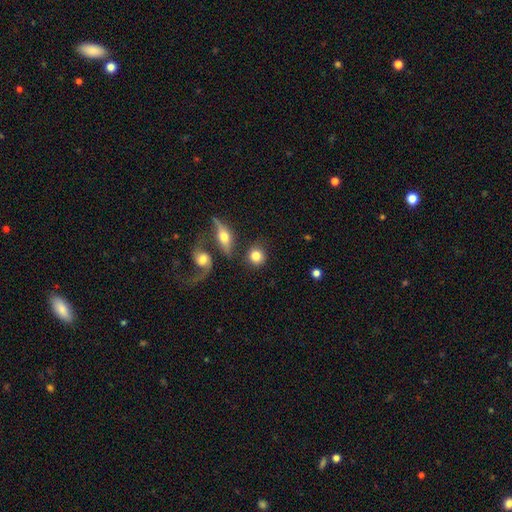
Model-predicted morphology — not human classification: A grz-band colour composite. It shows a smooth galaxy with no disk features (79%) that is round (87%). Merging: none (71%).